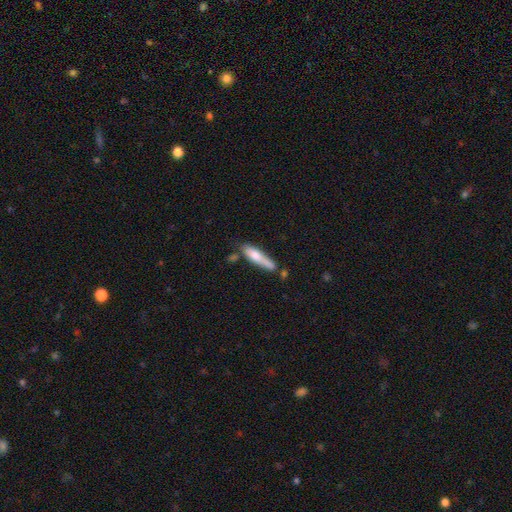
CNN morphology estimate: Smooth or featured?
  - smooth: 68% *
  - featured or disk: 26%
  - star or artifact: 6%
How rounded?
  - cigar-shaped: 74% *
  - in between: 24%
  - round: 2%
Merging?
  - none: 50% *
  - minor disturbance: 24%
  - merger: 18%
  - major disturbance: 9%